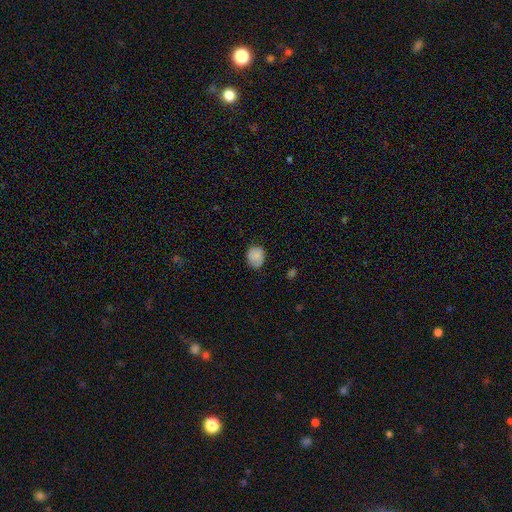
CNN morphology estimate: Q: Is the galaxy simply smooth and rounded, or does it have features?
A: smooth — 83%.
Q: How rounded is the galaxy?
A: round — 60%.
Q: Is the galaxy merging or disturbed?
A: none — 76%.